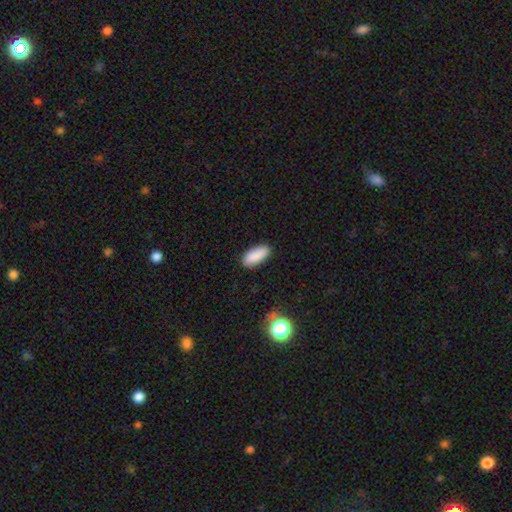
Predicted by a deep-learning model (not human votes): Smooth or featured: smooth — 89% (star or artifact — 7%)
How rounded: in between — 86% (cigar-shaped — 12%)
Merging: none — 86% (minor disturbance — 11%)